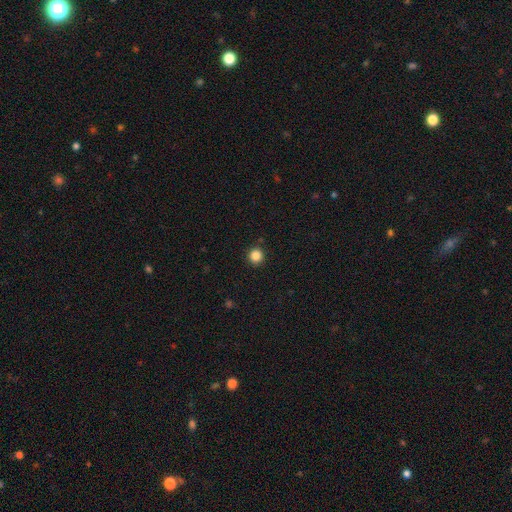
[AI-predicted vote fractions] smooth-or-featured: smooth: 85% | star or artifact: 11% | featured or disk: 3%
  how-rounded: round: 95% | in between: 4% | cigar-shaped: 1%
  merging: none: 92% | minor disturbance: 5% | major disturbance: 2% | merger: 1%